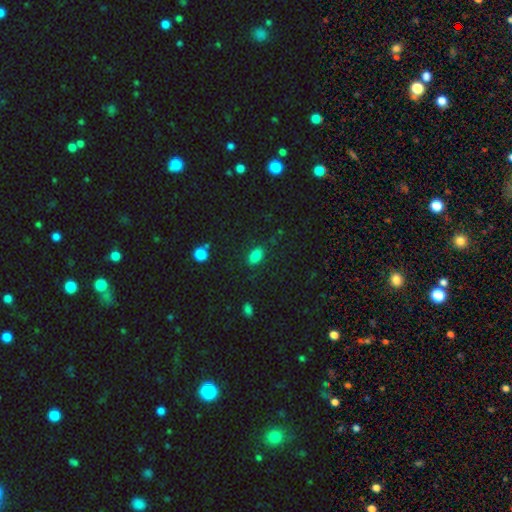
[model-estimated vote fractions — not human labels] Overall: smooth (83%). How rounded: in between (89%). Merging: none (84%).